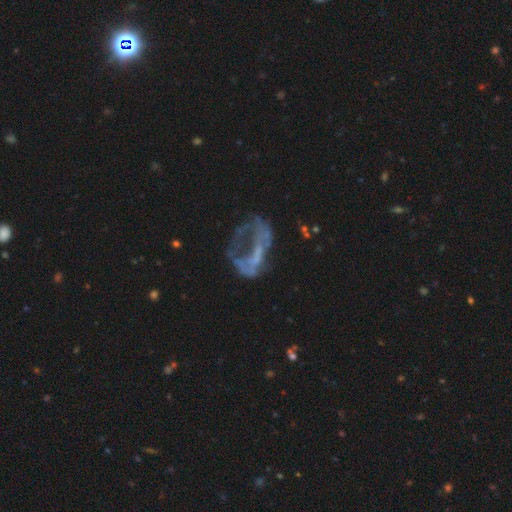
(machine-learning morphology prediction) featured or disk 63%, smooth 19%, star or artifact 18%. Down the decision tree: edge-on disk — no (96%); bar — no (77%); spiral arms — no (81%); bulge size — none (73%); merging — major disturbance (52%).